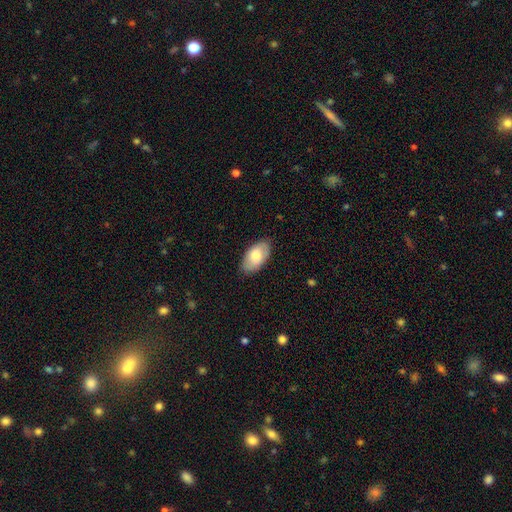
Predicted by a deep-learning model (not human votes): This is likely a smooth galaxy (73%). How rounded: clearly in between (95%). Merging: clearly none (82%).